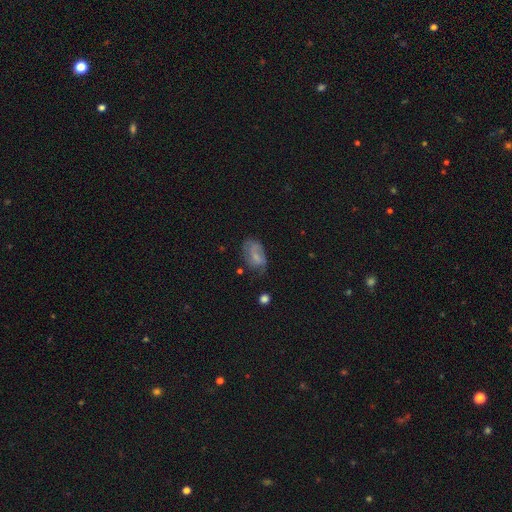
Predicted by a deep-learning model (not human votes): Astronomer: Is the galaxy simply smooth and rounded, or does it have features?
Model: smooth — 53% (runner-up: featured or disk, 38%).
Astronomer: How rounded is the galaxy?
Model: in between — 89%.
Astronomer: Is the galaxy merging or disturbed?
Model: none — 44% (runner-up: minor disturbance, 33%).